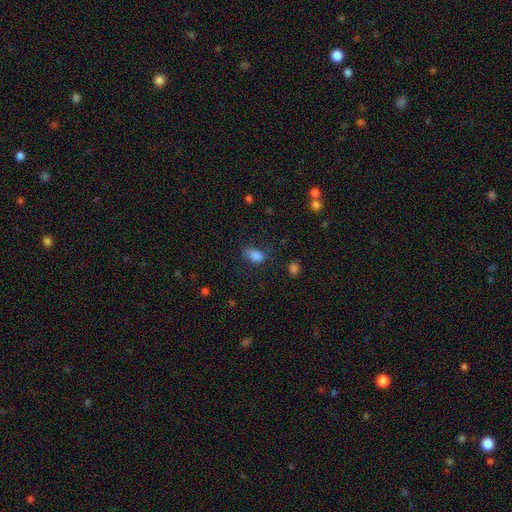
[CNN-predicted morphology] The model was most divided on "merging": none: 58%, minor disturbance: 28%, major disturbance: 12%, merger: 3%. More confident: smooth or featured — smooth (84%); how rounded — in between (84%).